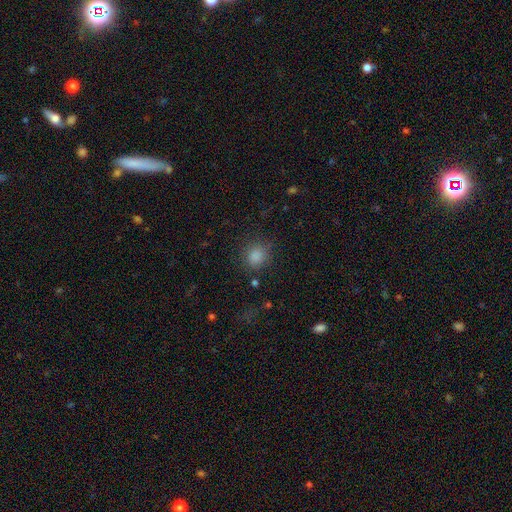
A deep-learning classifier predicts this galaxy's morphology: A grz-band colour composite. It shows a smooth galaxy with no disk features (81%) that is round (82%). Merging: none (82%).